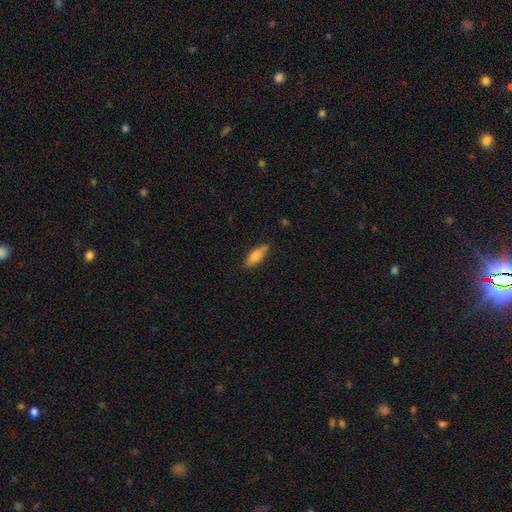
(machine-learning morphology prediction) smooth-or-featured: smooth: 73% | featured or disk: 21% | star or artifact: 6%
  how-rounded: in between: 53% | cigar-shaped: 45% | round: 2%
  merging: none: 84% | minor disturbance: 13% | major disturbance: 2% | merger: 1%